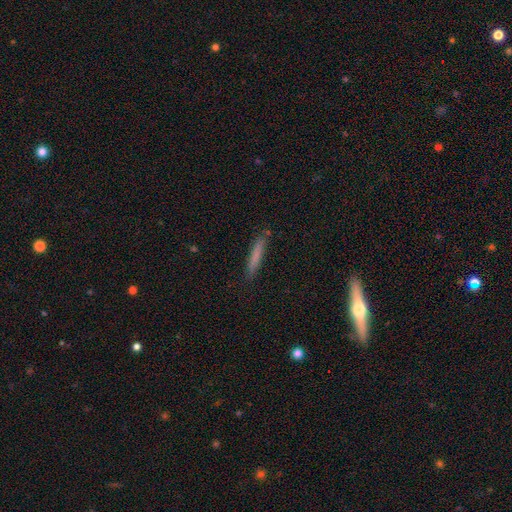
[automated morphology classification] smooth_or_featured: smooth (p=0.77) [alt: featured or disk p=0.16]
how_rounded: cigar-shaped (p=0.94) [alt: in between p=0.05]
merging: none (p=0.86) [alt: minor disturbance p=0.11]